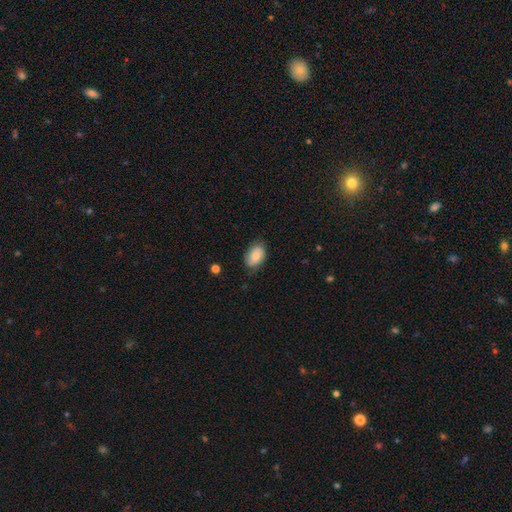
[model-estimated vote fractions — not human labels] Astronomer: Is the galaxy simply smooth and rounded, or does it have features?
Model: smooth — 71%.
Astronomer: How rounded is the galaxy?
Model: in between — 87%.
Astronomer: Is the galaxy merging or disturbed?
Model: none — 71%.